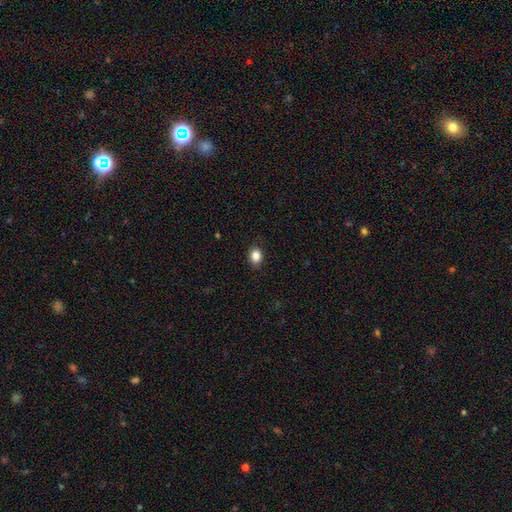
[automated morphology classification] type=smooth (87%); roundness=in between (63%); merging=none (88%).